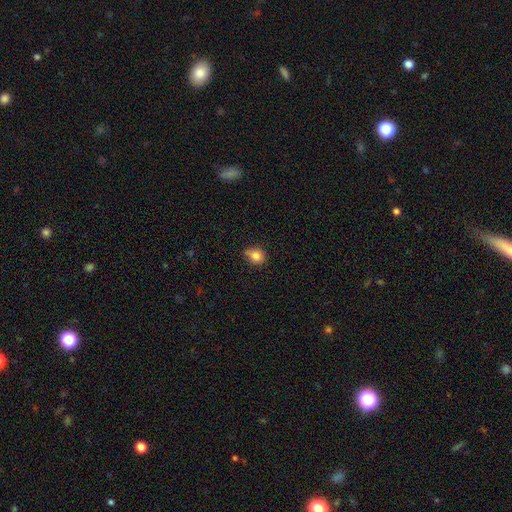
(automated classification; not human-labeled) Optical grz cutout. It shows a smooth galaxy with no disk features (83%) that is round (57%). Merging: none (65%).